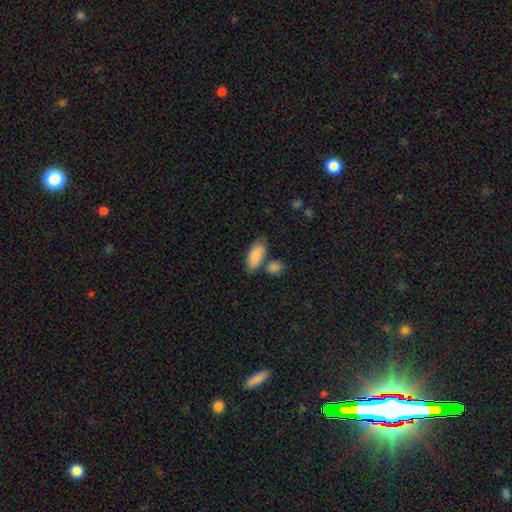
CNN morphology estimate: A smooth galaxy with no disk features (86%) that is in between round and cigar-shaped (87%).

Vote fractions:
- Smooth or featured? smooth: 86% / featured or disk: 8% / star or artifact: 6%
- How rounded? in between: 87% / cigar-shaped: 10% / round: 3%
- Merging? none: 59% / merger: 20% / minor disturbance: 16% / major disturbance: 5%